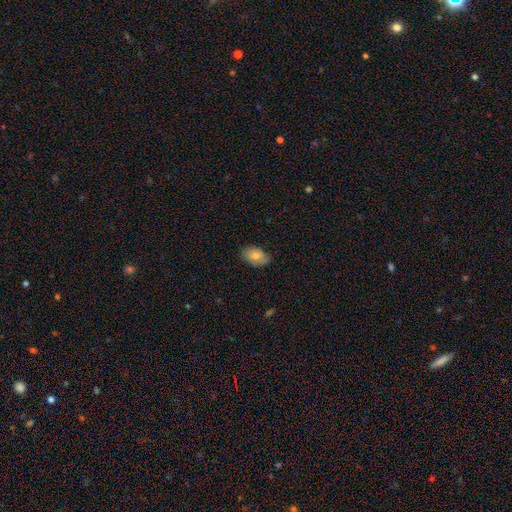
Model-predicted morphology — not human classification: A smooth galaxy with no disk features (78%) that is in between round and cigar-shaped (90%). Merging: none (80%).